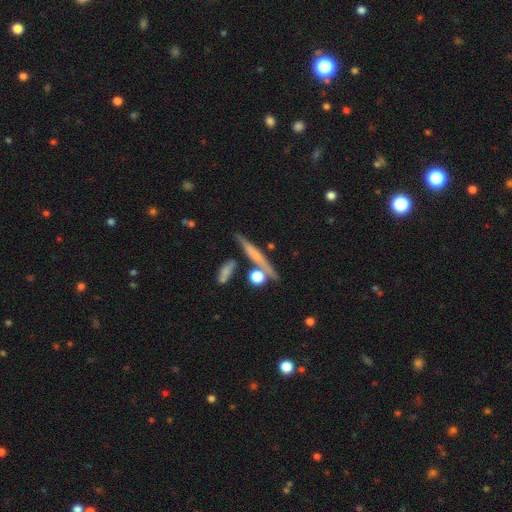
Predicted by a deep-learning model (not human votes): This is possibly a featured or disk galaxy (45%, tied with smooth). Merging: likely none (73%).